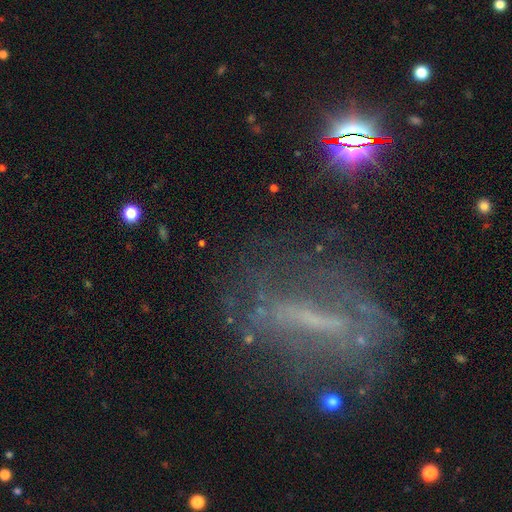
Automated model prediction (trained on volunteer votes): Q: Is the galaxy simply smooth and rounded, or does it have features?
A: featured or disk — 60%.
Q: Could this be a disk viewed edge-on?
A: no — 69%.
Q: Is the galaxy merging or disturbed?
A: none — 59%.